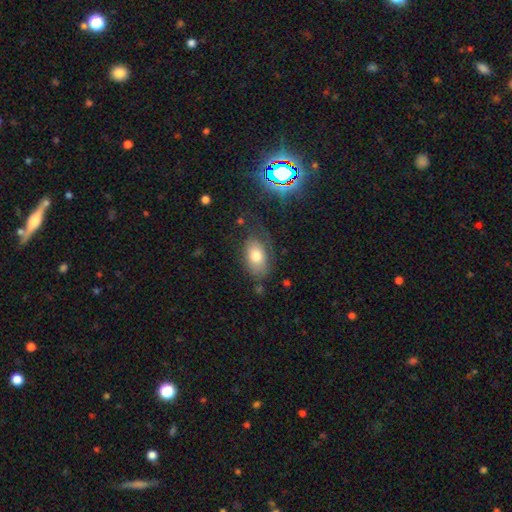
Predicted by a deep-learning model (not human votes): Morphology: type=smooth (72%); roundness=in between (89%); merging=none (64%).